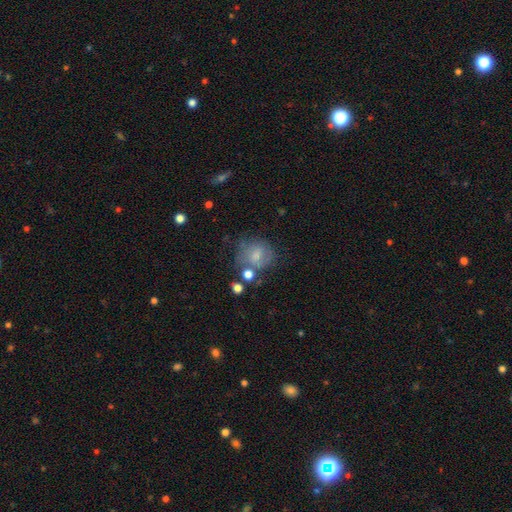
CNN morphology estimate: type=smooth (62%); roundness=round (69%); merging=none (48%).